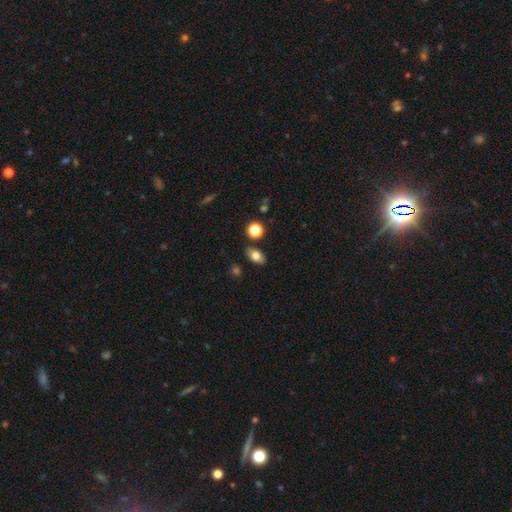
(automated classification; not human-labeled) Morphology: type=smooth (77%); roundness=in between (86%); merging=none (84%).